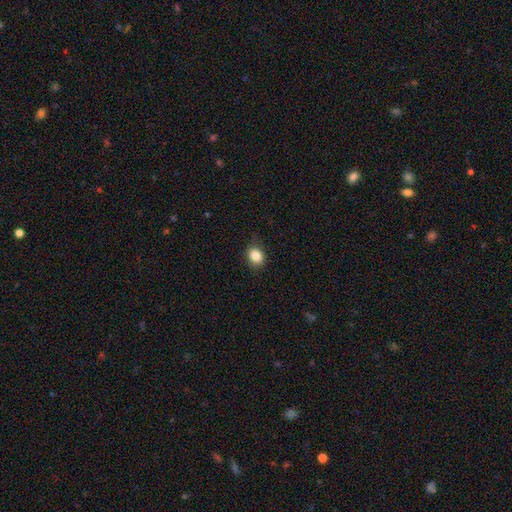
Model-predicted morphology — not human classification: This is clearly a smooth galaxy (85%). How rounded: possibly round (57%). Merging: clearly none (84%).